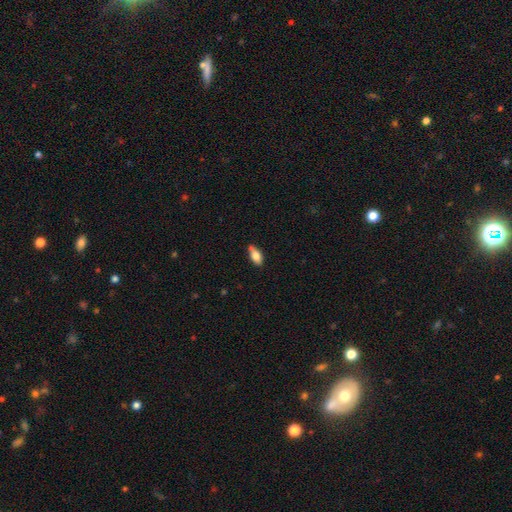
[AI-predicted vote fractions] Smooth or featured? smooth (79%)
How rounded? in between (88%)
Merging? none (66%)